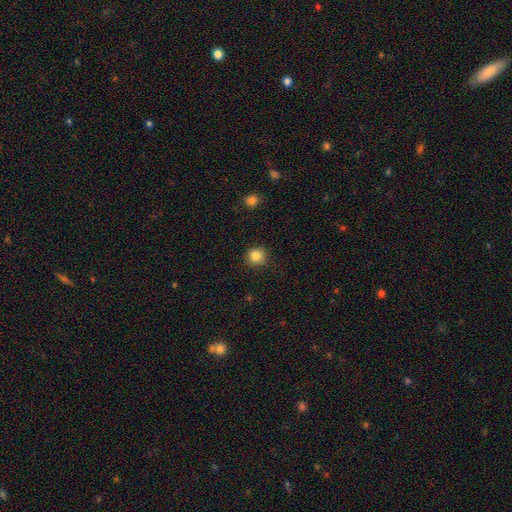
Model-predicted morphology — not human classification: Smooth or featured? Predicted: smooth (p=0.84). How rounded? Predicted: round (p=0.91). Merging? Predicted: none (p=0.85).